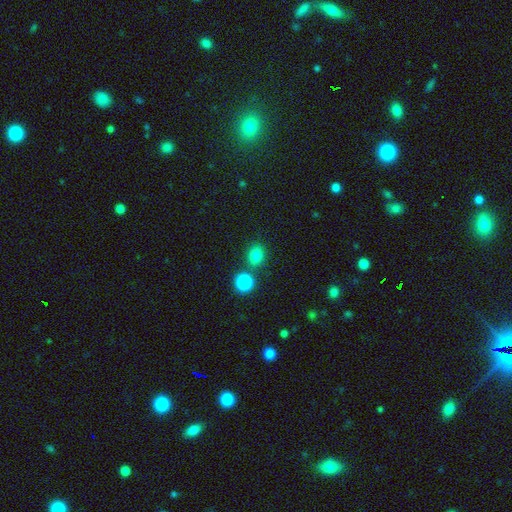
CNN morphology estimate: The model was most divided on "how rounded": round: 50%, in between: 49%, cigar-shaped: 1%. More confident: smooth or featured — smooth (81%); merging — none (75%).